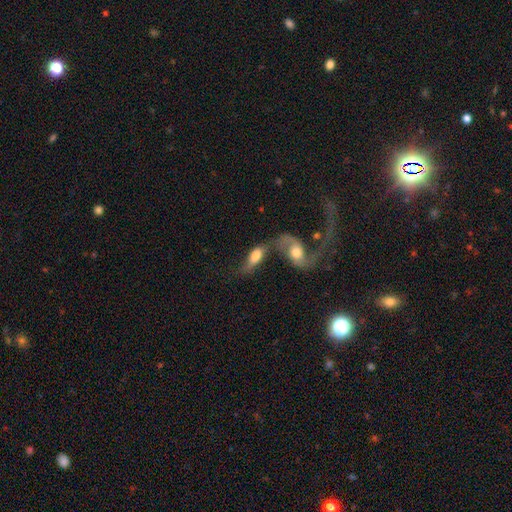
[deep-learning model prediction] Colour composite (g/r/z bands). It shows a smooth galaxy with no disk features (47%). Merging: merger (60%).